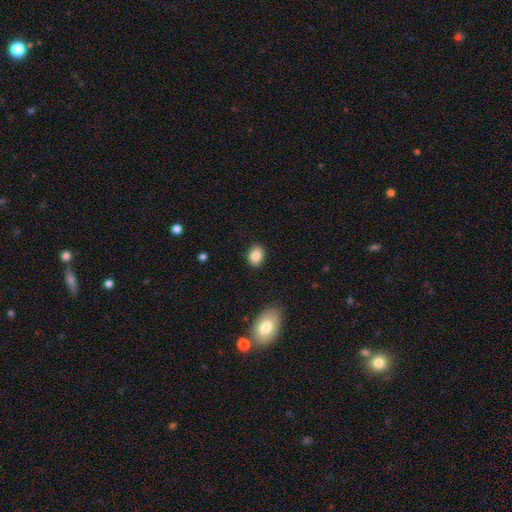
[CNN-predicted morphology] type=smooth (85%); roundness=in between (66%); merging=none (88%).